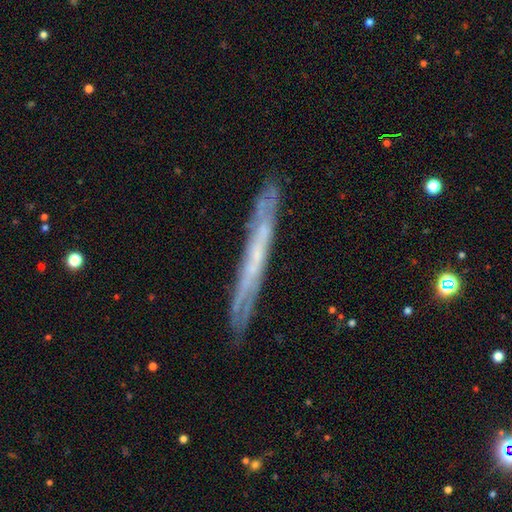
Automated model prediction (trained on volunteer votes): This is likely a featured or disk galaxy (64%). It is clearly viewed edge-on (83%). Edge-on bulge: clearly none (84%). Merging: clearly none (83%).